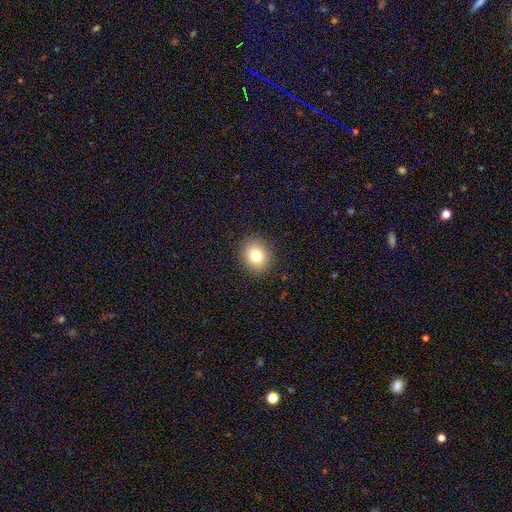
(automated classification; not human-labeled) A smooth galaxy with no disk features (80%) that is round (71%). Merging: none (90%).